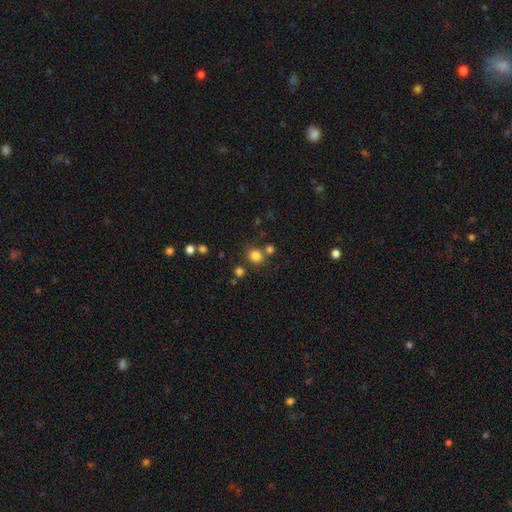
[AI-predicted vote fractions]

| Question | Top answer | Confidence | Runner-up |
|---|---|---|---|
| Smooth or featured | smooth | 80% | star or artifact (14%) |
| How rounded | round | 85% | in between (14%) |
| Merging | none | 73% | merger (15%) |